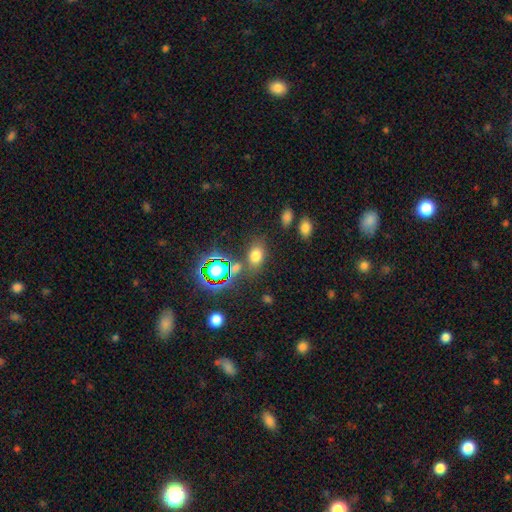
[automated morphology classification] smooth 70%, star or artifact 21%, featured or disk 10%. Down the decision tree: how rounded — in between (77%); merging — none (73%).